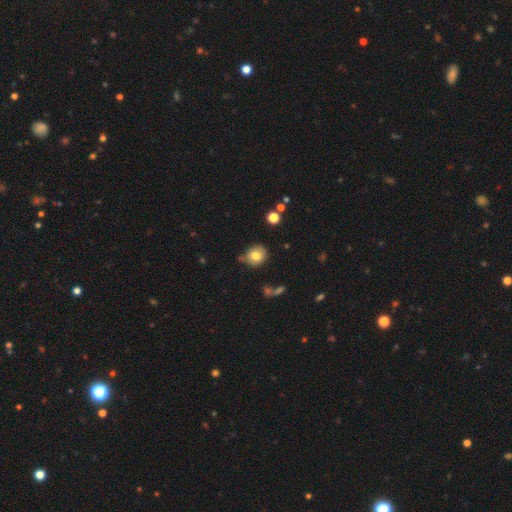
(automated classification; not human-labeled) Q: Smooth or featured?
A: smooth (77%); runner-up: featured or disk (12%)
Q: How rounded?
A: round (78%); runner-up: in between (21%)
Q: Merging?
A: none (75%); runner-up: minor disturbance (16%)